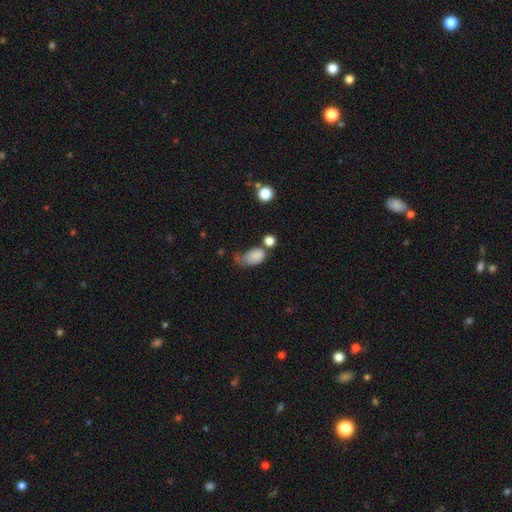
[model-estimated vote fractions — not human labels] This appears to be a smooth galaxy with no disk features (80%) that is in between round and cigar-shaped (84%). Merging: minor disturbance (32%).